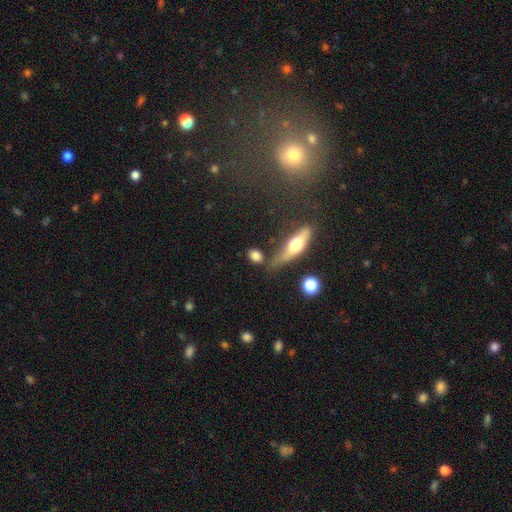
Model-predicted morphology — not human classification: smooth_or_featured: smooth (p=0.76) [alt: featured or disk p=0.14]
how_rounded: in between (p=0.62) [alt: round p=0.26]
merging: none (p=0.65) [alt: minor disturbance p=0.15]